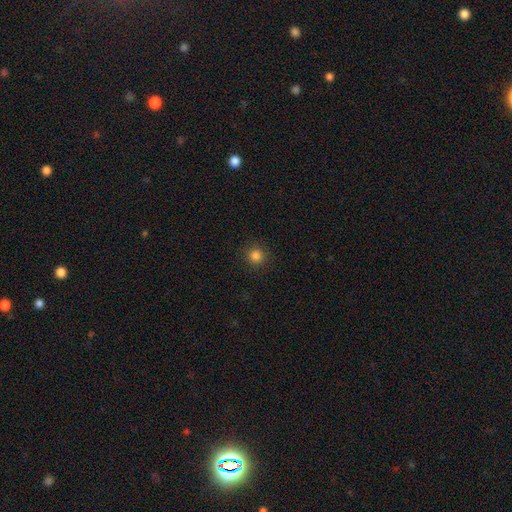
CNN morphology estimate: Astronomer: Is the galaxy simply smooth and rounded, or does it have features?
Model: smooth — 83%.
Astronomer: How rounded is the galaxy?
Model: round — 94%.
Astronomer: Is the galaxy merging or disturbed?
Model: none — 91%.